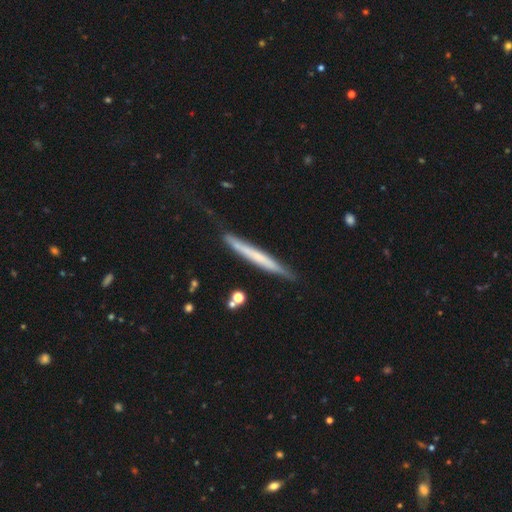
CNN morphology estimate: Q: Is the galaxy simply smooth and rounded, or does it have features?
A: featured or disk — 48%.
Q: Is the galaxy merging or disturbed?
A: none — 75%.